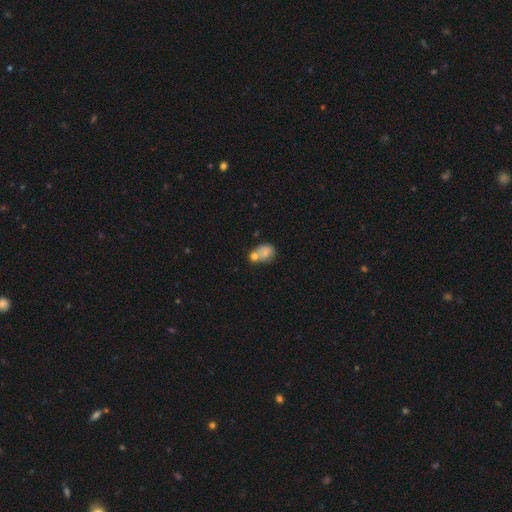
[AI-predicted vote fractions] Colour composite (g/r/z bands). It shows a smooth galaxy with no disk features (74%) that is in between round and cigar-shaped (52%). Merging: merger (48%).